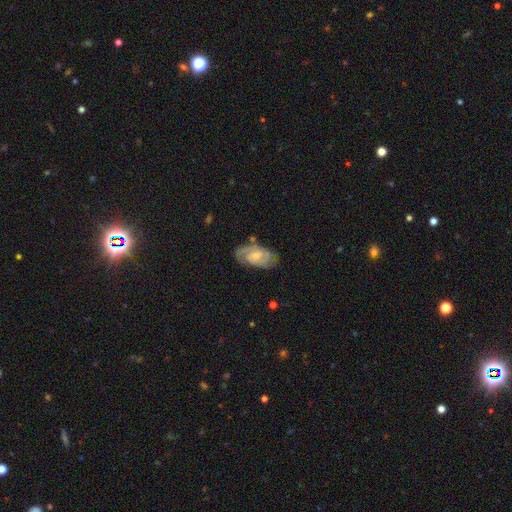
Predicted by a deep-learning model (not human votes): The model was most divided on "bar": no: 47%, weak: 45%, strong: 8%. Remaining: edge-on disk — no (96%); spiral arms — yes (94%); smooth or featured — featured or disk (80%); merging — none (72%); spiral arm count — 2 (70%); bulge size — small (60%); spiral winding — tight (48%).